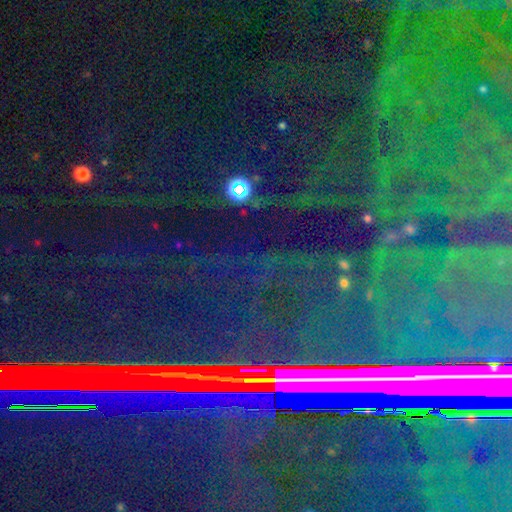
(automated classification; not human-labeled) smooth-or-featured: star or artifact: 84% | featured or disk: 9% | smooth: 7%